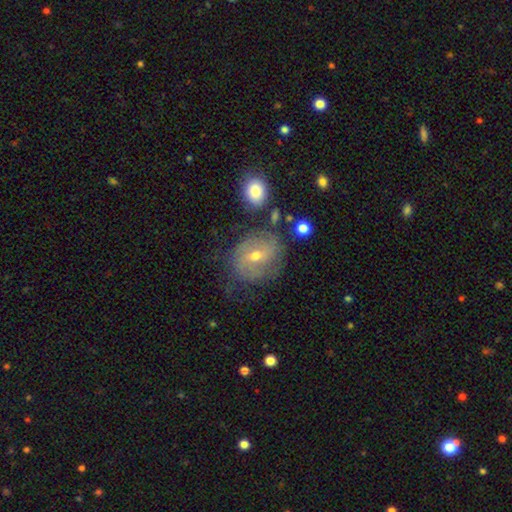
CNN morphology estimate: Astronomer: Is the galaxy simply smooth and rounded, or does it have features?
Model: featured or disk — 62%.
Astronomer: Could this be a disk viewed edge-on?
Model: no — 96%.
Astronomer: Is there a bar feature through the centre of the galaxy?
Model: weak — 45% (runner-up: no, 40%).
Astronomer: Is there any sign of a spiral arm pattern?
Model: yes — 75%.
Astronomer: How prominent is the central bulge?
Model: moderate — 54% (runner-up: small, 42%).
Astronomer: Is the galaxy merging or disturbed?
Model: none — 62%.